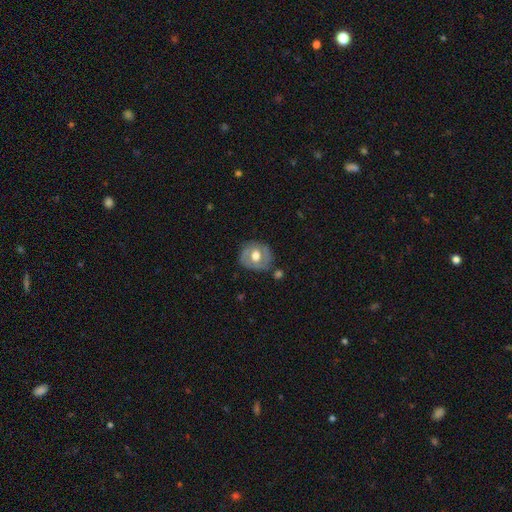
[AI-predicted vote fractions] Q: Smooth or featured?
A: featured or disk (54%); runner-up: smooth (40%)
Q: Edge-on disk?
A: no (96%); runner-up: yes (4%)
Q: Bar?
A: no (64%); runner-up: weak (29%)
Q: Spiral arms?
A: no (53%); runner-up: yes (47%)
Q: Bulge size?
A: moderate (64%); runner-up: large (30%)
Q: Merging?
A: none (73%); runner-up: minor disturbance (19%)